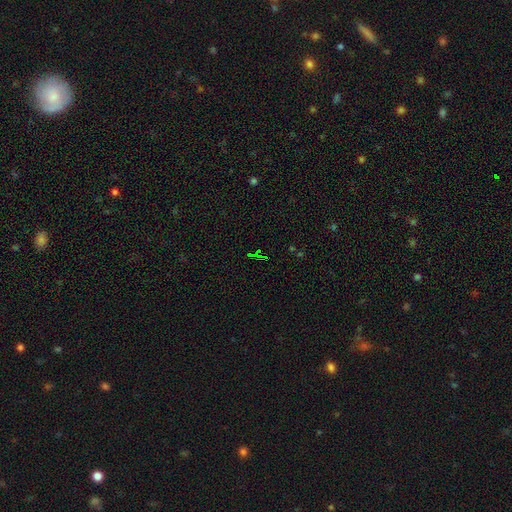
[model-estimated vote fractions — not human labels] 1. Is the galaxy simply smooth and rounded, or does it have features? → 73% star or artifact, 15% smooth, 12% featured or disk.